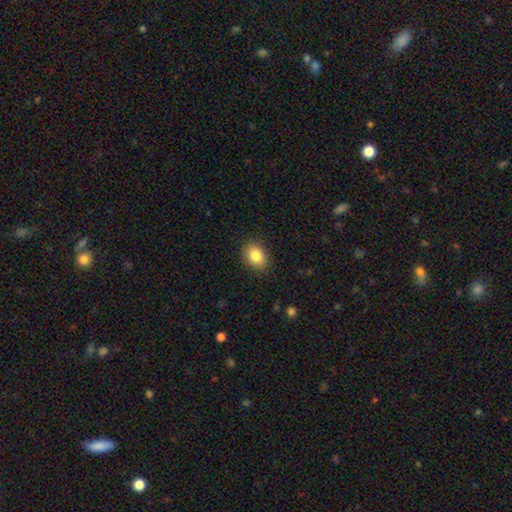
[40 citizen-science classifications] Overall: smooth (88%). How rounded: in between (71%). Merging: none (82%).